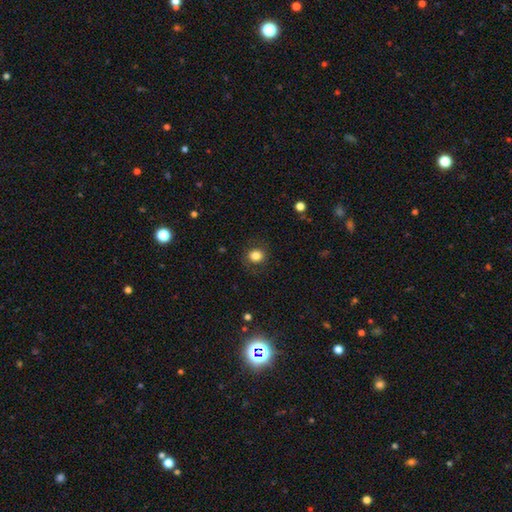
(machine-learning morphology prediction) Smooth or featured: smooth — 83% (star or artifact — 10%)
How rounded: round — 73% (in between — 26%)
Merging: none — 83% (minor disturbance — 11%)